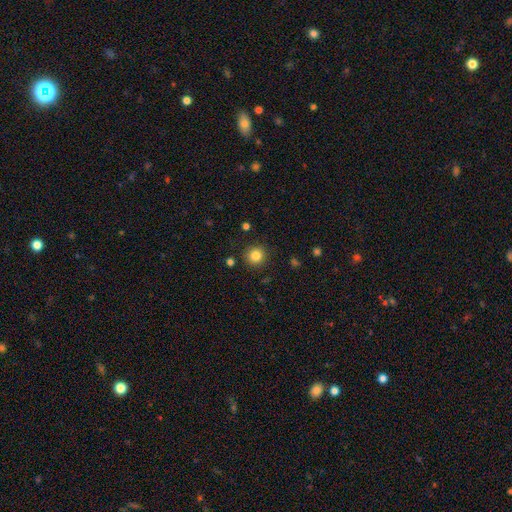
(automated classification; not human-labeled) Q: Smooth or featured?
A: smooth (84%); runner-up: star or artifact (11%)
Q: How rounded?
A: round (94%); runner-up: in between (5%)
Q: Merging?
A: none (90%); runner-up: minor disturbance (6%)